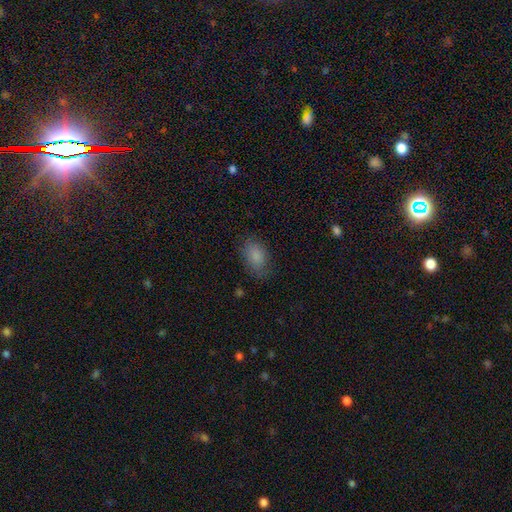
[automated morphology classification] Q: Smooth or featured?
A: smooth (84%); runner-up: star or artifact (8%)
Q: How rounded?
A: in between (89%); runner-up: round (10%)
Q: Merging?
A: none (72%); runner-up: minor disturbance (20%)